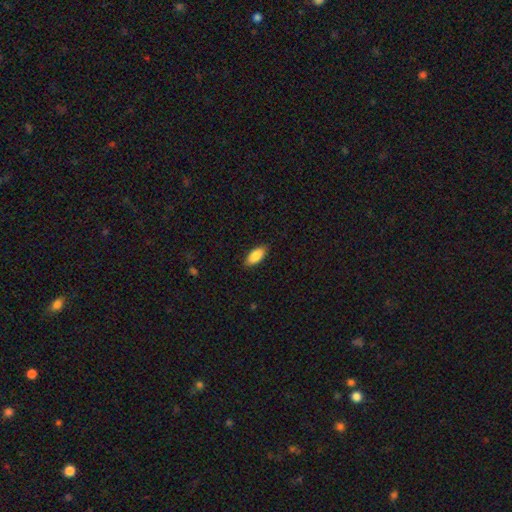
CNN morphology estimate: Smooth or featured: smooth — 85% (featured or disk — 9%)
How rounded: in between — 85% (cigar-shaped — 13%)
Merging: none — 87% (minor disturbance — 10%)